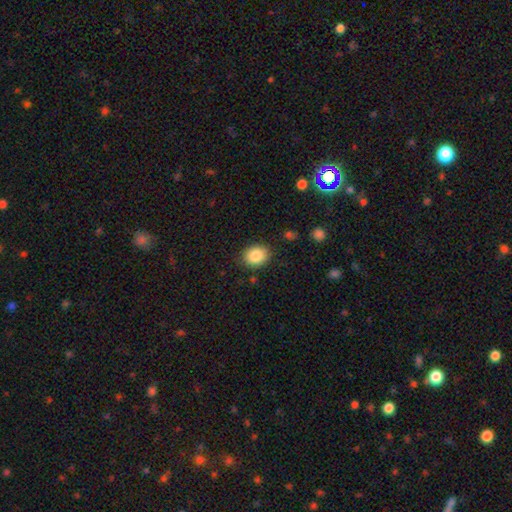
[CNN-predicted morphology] A smooth galaxy with no disk features (86%) that is in between round and cigar-shaped (51%). Merging: none (86%).